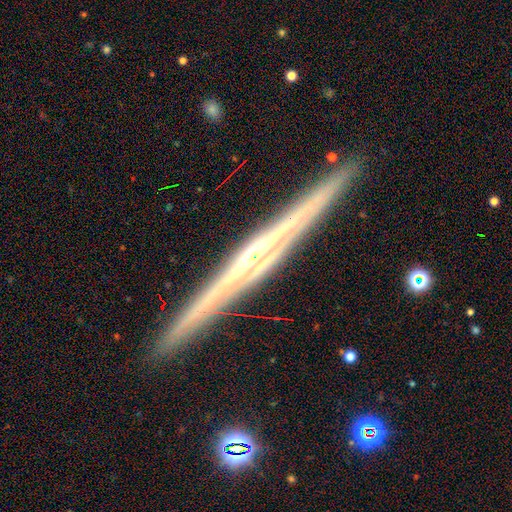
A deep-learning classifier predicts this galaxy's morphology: smooth_or_featured: featured or disk (p=0.83) [alt: smooth p=0.11]
disk_edge_on: yes (p=0.98) [alt: no p=0.02]
edge_on_bulge: rounded (p=0.45) [alt: none p=0.38]
merging: none (p=0.91) [alt: minor disturbance p=0.06]